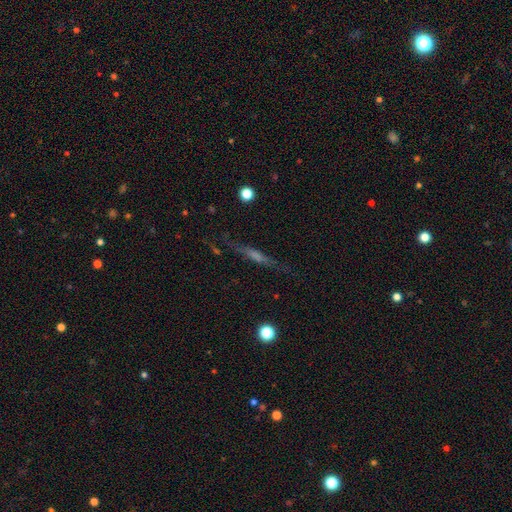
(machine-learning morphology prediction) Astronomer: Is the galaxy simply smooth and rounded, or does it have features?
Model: featured or disk — 48% (runner-up: smooth, 41%).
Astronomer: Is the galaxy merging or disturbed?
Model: none — 68%.